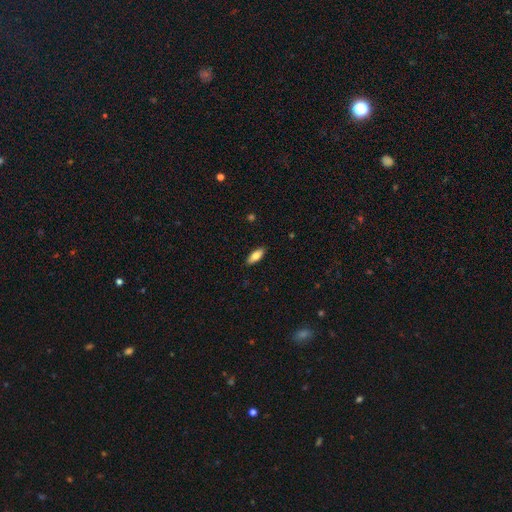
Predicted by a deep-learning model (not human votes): Smooth or featured? Predicted: smooth (p=0.78). How rounded? Predicted: in between (p=0.78). Merging? Predicted: none (p=0.89).